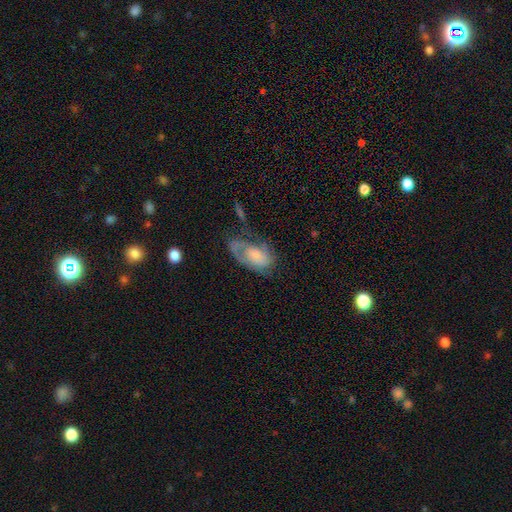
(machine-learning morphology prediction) This is possibly a featured or disk galaxy (57%). It is clearly not viewed edge-on (95%). Bar: likely no (70%). Spiral arm pattern: likely yes (79%). Central bulge: marginally small (35%). Merging: marginally none (40%).